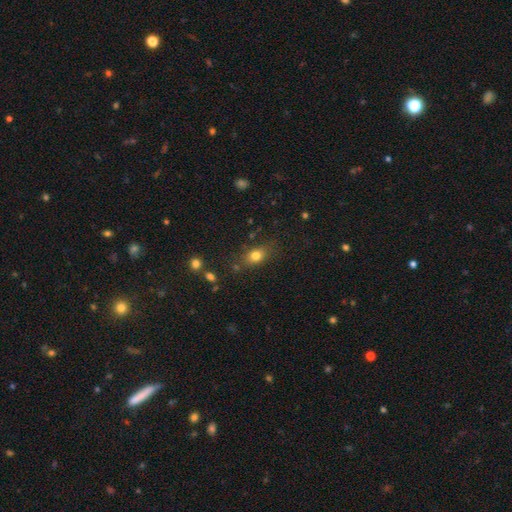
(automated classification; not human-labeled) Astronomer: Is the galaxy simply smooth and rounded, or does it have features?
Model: smooth — 78%.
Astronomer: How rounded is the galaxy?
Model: in between — 64%.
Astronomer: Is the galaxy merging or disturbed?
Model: none — 75%.